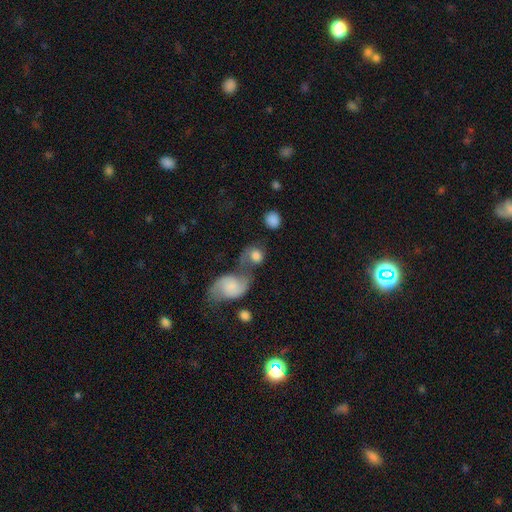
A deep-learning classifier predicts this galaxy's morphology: Q: Smooth or featured?
A: smooth (68%); runner-up: featured or disk (24%)
Q: How rounded?
A: round (62%); runner-up: in between (37%)
Q: Merging?
A: merger (49%); runner-up: none (28%)